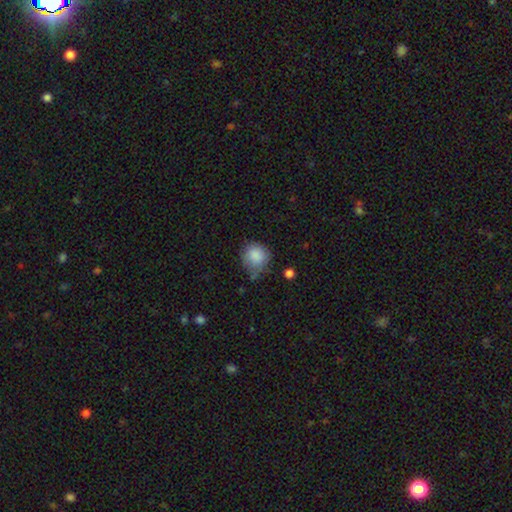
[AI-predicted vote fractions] Smooth or featured?
  - smooth: 86% *
  - star or artifact: 8%
  - featured or disk: 7%
How rounded?
  - round: 81% *
  - in between: 18%
  - cigar-shaped: 1%
Merging?
  - none: 55% *
  - minor disturbance: 32%
  - major disturbance: 9%
  - merger: 4%